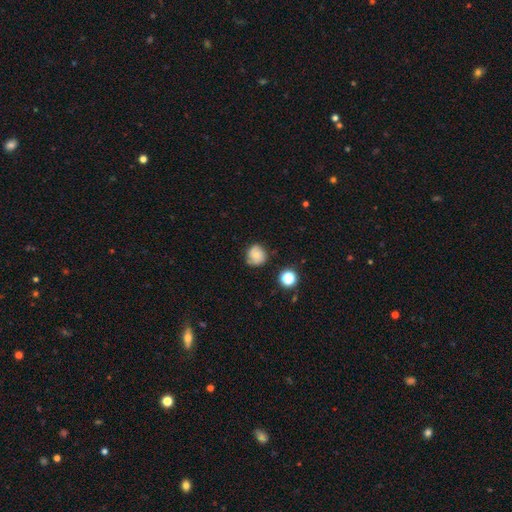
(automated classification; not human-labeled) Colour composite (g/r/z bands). It shows a smooth galaxy with no disk features (65%) that is round (86%). Merging: none (70%).